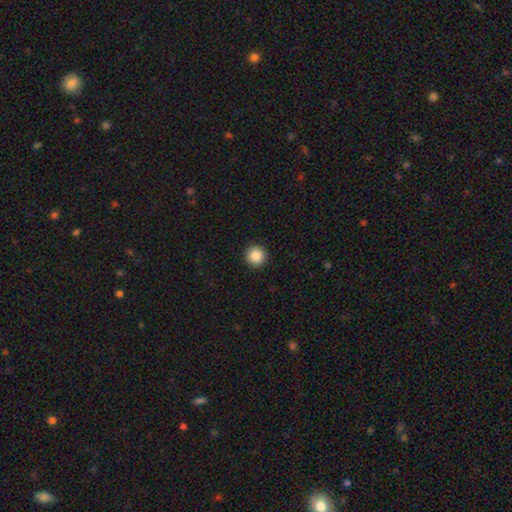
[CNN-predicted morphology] Overall: smooth (86%). How rounded: round (96%). Merging: none (93%).